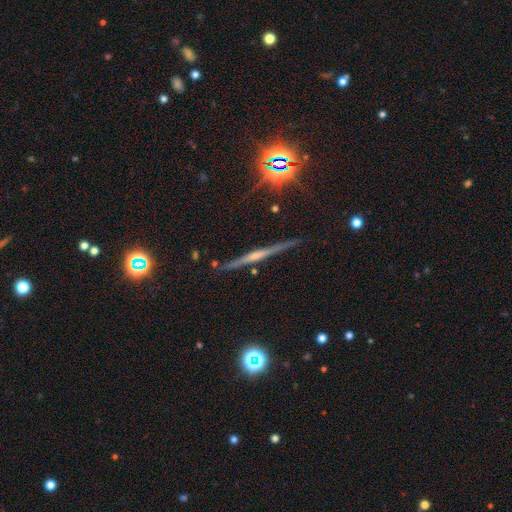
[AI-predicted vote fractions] Q: Smooth or featured?
A: featured or disk (70%); runner-up: smooth (16%)
Q: Edge-on disk?
A: yes (97%); runner-up: no (3%)
Q: Edge-on bulge?
A: rounded (57%); runner-up: none (28%)
Q: Merging?
A: none (87%); runner-up: minor disturbance (9%)